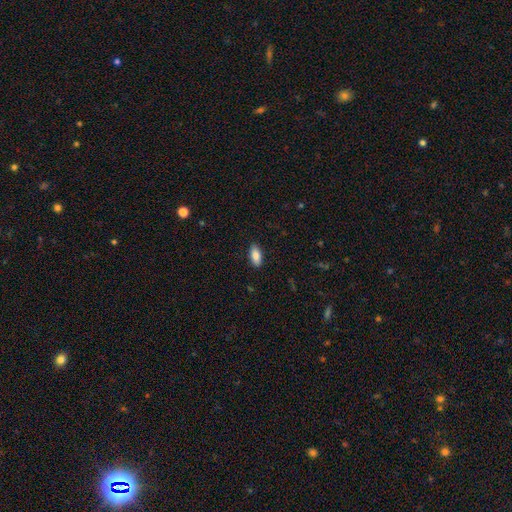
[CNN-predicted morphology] Q: Smooth or featured?
A: smooth (86%); runner-up: featured or disk (8%)
Q: How rounded?
A: in between (88%); runner-up: cigar-shaped (10%)
Q: Merging?
A: none (89%); runner-up: minor disturbance (8%)